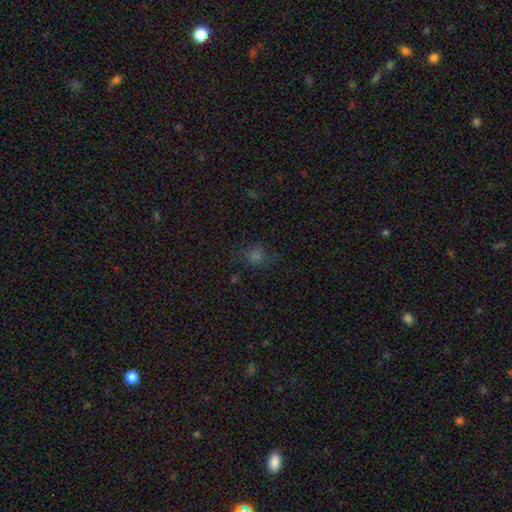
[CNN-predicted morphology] This is possibly a smooth galaxy (57%). How rounded: likely round (71%). Merging: likely none (70%).